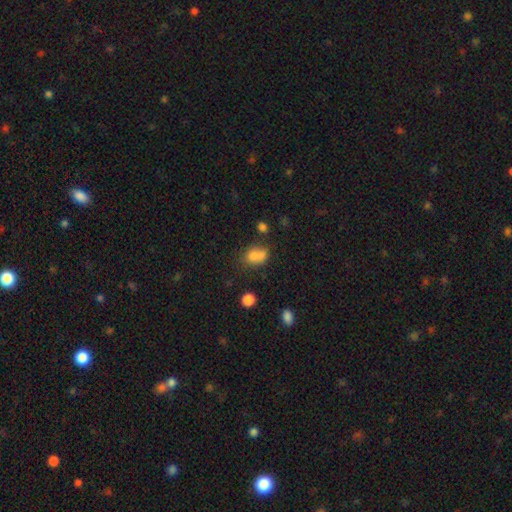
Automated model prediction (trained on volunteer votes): A smooth galaxy with no disk features (74%) that is in between round and cigar-shaped (58%).

Vote fractions:
- Smooth or featured? smooth: 74% / featured or disk: 14% / star or artifact: 12%
- How rounded? in between: 58% / round: 41% / cigar-shaped: 1%
- Merging? merger: 45% / none: 34% / minor disturbance: 14% / major disturbance: 7%